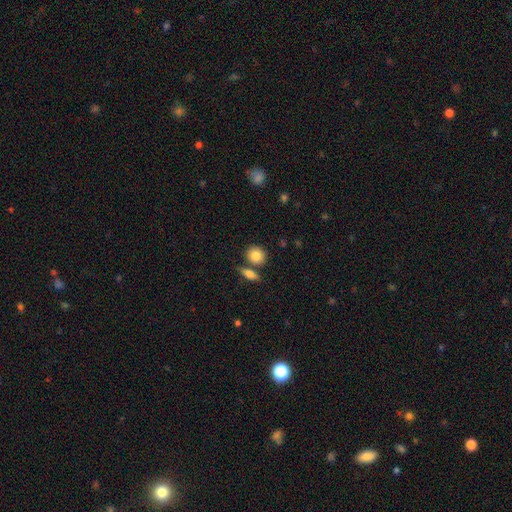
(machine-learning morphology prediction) This appears to be a smooth galaxy with no disk features (84%) that is round (72%). Merging: none (69%).